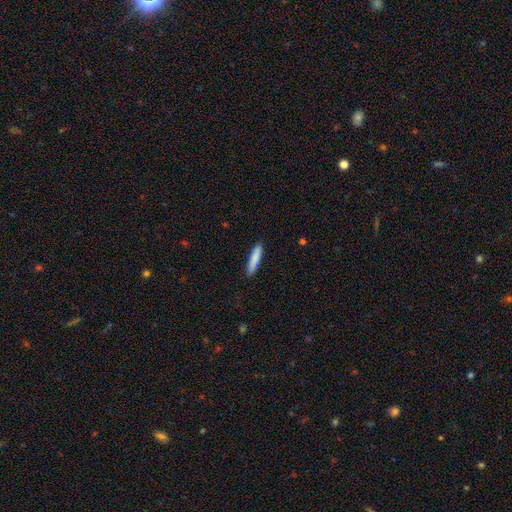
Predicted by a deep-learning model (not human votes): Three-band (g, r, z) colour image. It shows a smooth galaxy with no disk features (84%) that is cigar-shaped (88%). Merging: none (90%).